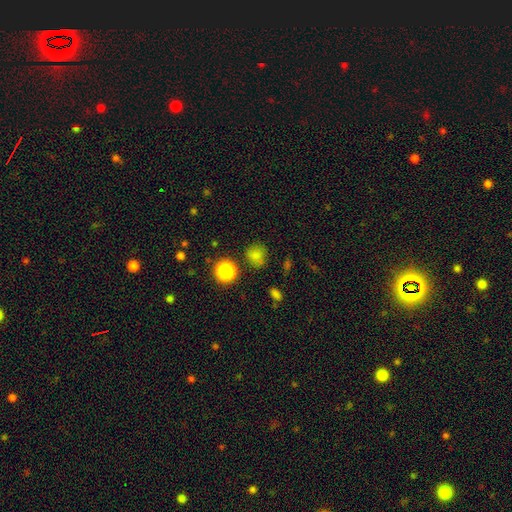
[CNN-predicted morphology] smooth-or-featured: smooth: 73% | star or artifact: 21% | featured or disk: 6%
  how-rounded: round: 79% | in between: 20% | cigar-shaped: 1%
  merging: none: 74% | minor disturbance: 15% | merger: 6% | major disturbance: 5%